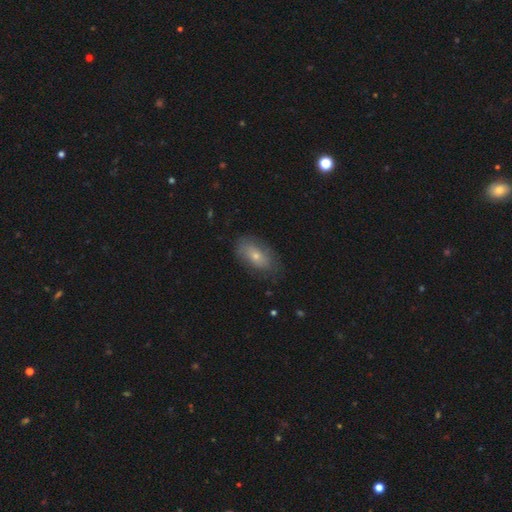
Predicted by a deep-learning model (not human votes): Q: Smooth or featured?
A: smooth (54%); runner-up: featured or disk (35%)
Q: How rounded?
A: in between (88%); runner-up: round (7%)
Q: Merging?
A: none (73%); runner-up: minor disturbance (20%)